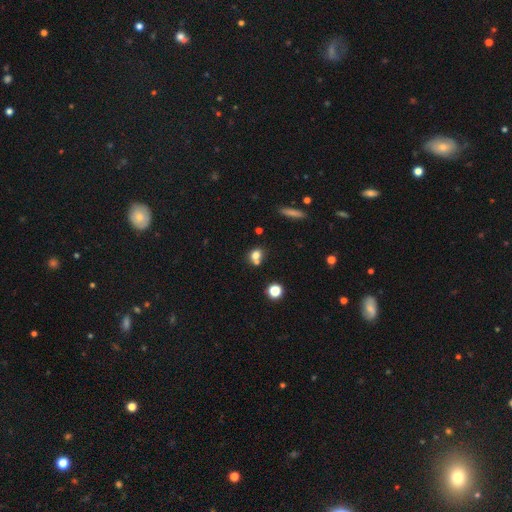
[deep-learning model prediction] Morphology: type=smooth (73%); roundness=round (71%); merging=none (49%).